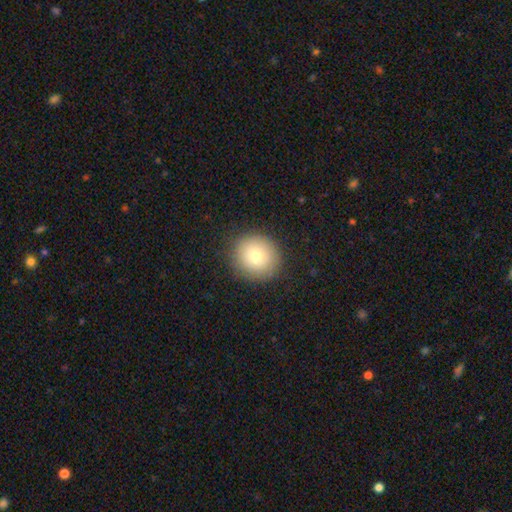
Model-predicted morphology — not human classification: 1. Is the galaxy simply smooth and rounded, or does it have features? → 78% smooth, 11% featured or disk, 10% star or artifact.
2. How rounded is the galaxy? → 89% round, 10% in between, 1% cigar-shaped.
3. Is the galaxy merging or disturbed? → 88% none, 8% minor disturbance, 3% major disturbance, 1% merger.